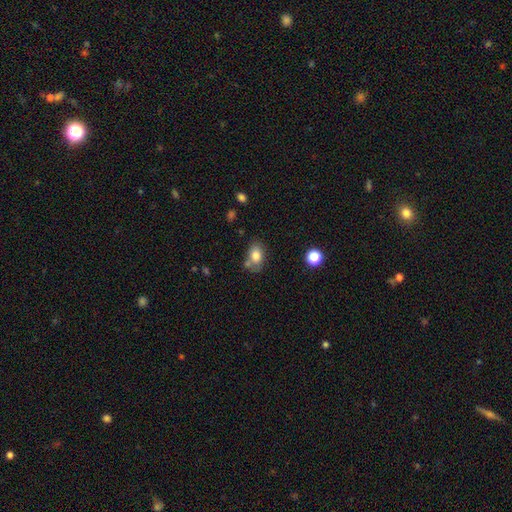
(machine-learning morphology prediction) smooth 80%, featured or disk 11%, star or artifact 9%. Down the decision tree: how rounded — in between (79%); merging — none (58%).